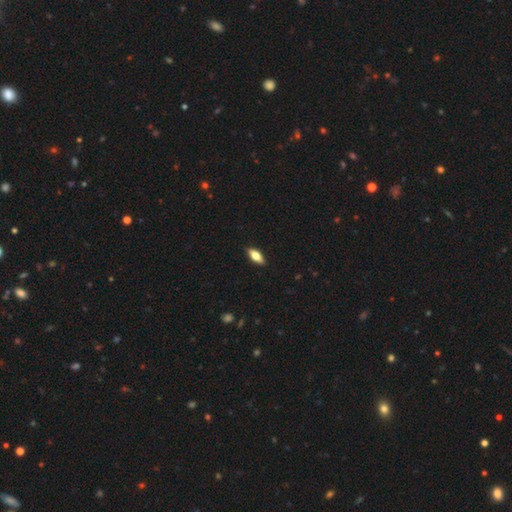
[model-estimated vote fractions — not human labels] Morphology: type=smooth (67%); roundness=in between (78%); merging=none (89%).